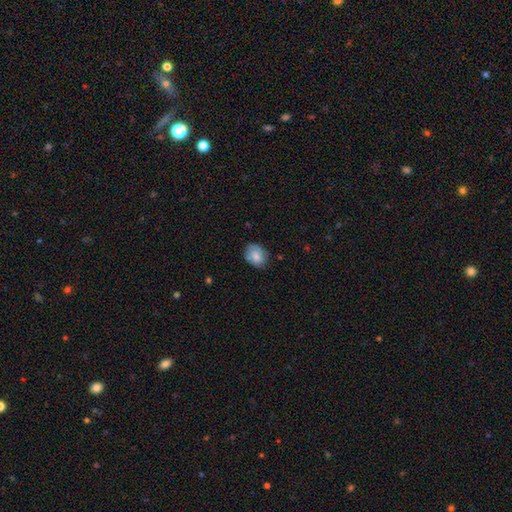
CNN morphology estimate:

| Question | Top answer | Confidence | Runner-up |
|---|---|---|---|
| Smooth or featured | smooth | 73% | featured or disk (19%) |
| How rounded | in between | 59% | round (40%) |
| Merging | none | 72% | minor disturbance (21%) |